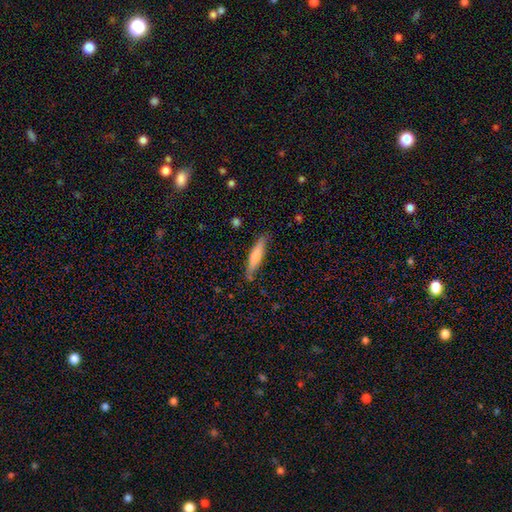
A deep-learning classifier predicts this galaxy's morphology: Overall: smooth (67%; featured or disk 28%). How rounded: cigar-shaped (85%). Merging: none (84%).